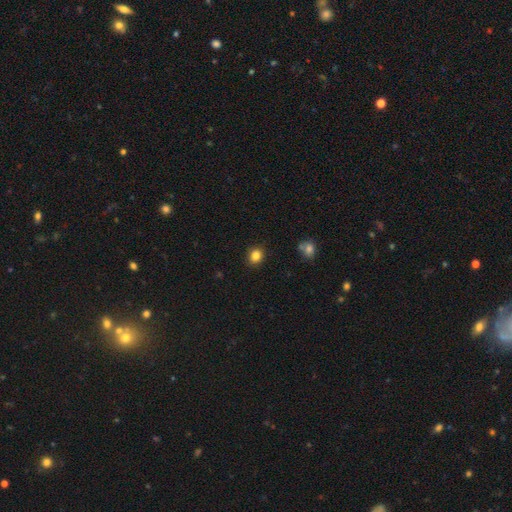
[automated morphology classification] This appears to be a smooth galaxy with no disk features (84%) that is round (73%). Merging: none (89%).